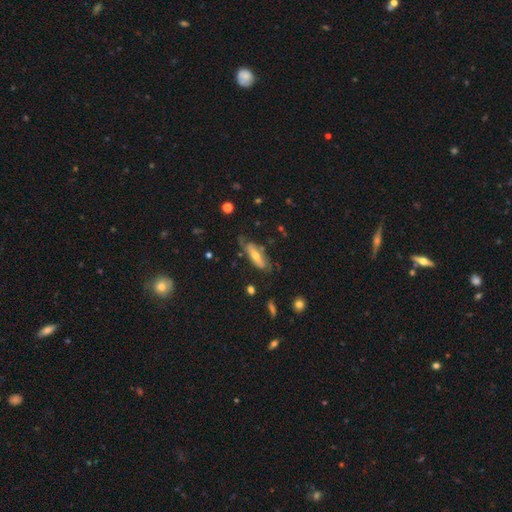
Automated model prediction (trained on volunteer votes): Smooth or featured: featured or disk — 52% (smooth — 40%)
Edge-on disk: no — 57% (yes — 43%)
Merging: none — 59% (minor disturbance — 27%)